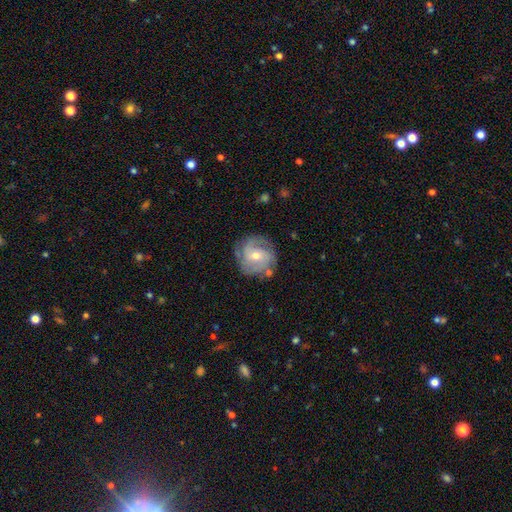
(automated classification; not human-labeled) smooth_or_featured: featured or disk (p=0.79) [alt: smooth p=0.15]
disk_edge_on: no (p=0.98) [alt: yes p=0.02]
bar: no (p=0.55) [alt: weak p=0.37]
has_spiral_arms: yes (p=0.93) [alt: no p=0.07]
spiral_winding: tight (p=0.51) [alt: medium p=0.37]
spiral_arm_count: 3 (p=0.33) [alt: 2 p=0.26]
bulge_size: moderate (p=0.51) [alt: small p=0.45]
merging: none (p=0.75) [alt: minor disturbance p=0.16]